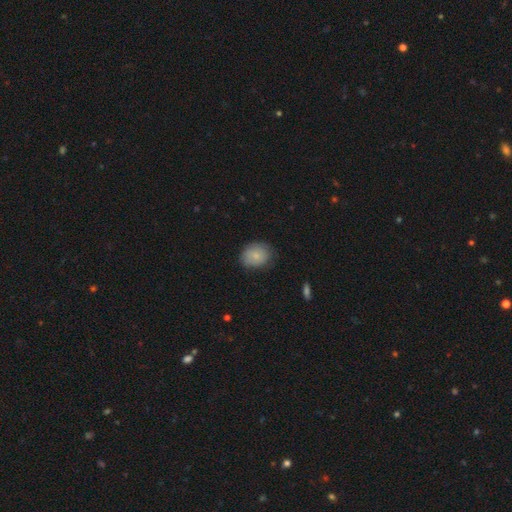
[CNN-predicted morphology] type=smooth (78%); roundness=round (50%); merging=none (75%).